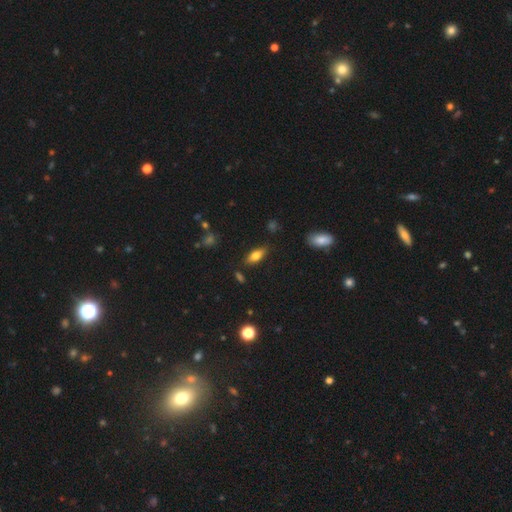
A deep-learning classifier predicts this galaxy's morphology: Q: Smooth or featured?
A: smooth (72%); runner-up: featured or disk (19%)
Q: How rounded?
A: in between (79%); runner-up: cigar-shaped (18%)
Q: Merging?
A: none (82%); runner-up: minor disturbance (13%)